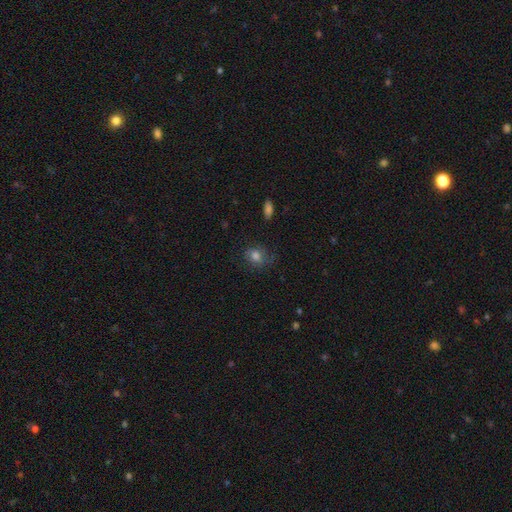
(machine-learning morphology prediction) smooth-or-featured: smooth: 70% | featured or disk: 17% | star or artifact: 13%
  how-rounded: round: 51% | in between: 47% | cigar-shaped: 1%
  merging: none: 64% | minor disturbance: 23% | major disturbance: 12% | merger: 2%